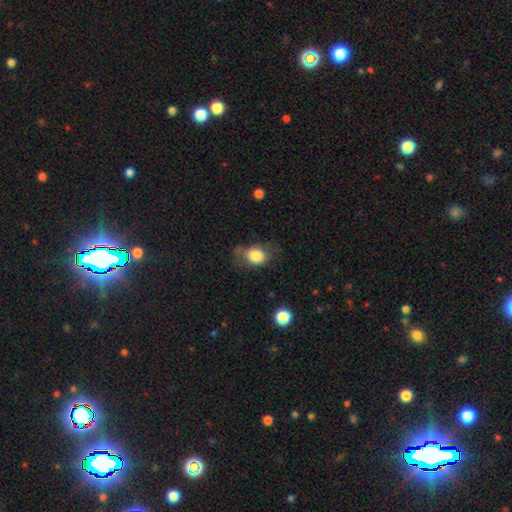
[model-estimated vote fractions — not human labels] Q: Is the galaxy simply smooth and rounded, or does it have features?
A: smooth — 80%.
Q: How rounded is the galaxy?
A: in between — 59%.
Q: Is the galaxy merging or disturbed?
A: none — 51%.